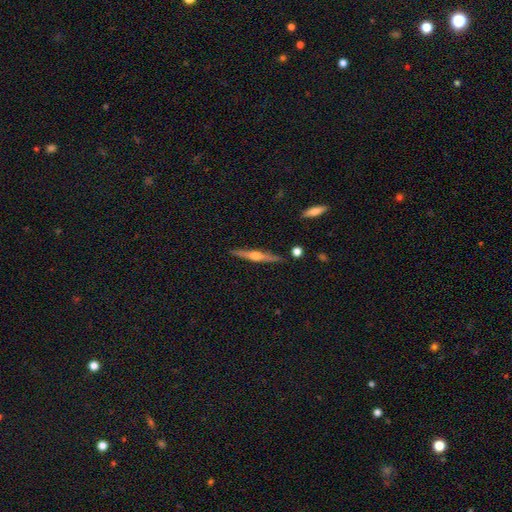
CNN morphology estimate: Smooth or featured?
  - featured or disk: 69% *
  - smooth: 25%
  - star or artifact: 6%
Edge-on disk?
  - yes: 97% *
  - no: 3%
Edge-on bulge?
  - rounded: 91% *
  - none: 6%
  - boxy: 4%
Merging?
  - none: 87% *
  - minor disturbance: 9%
  - merger: 2%
  - major disturbance: 2%